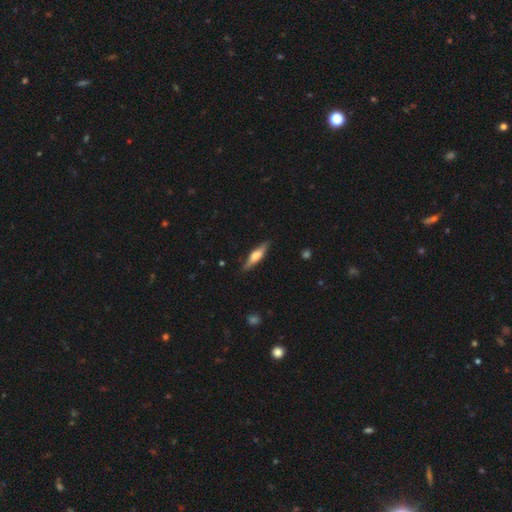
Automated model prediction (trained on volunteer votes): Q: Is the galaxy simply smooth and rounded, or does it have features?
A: featured or disk — 47%, tied with smooth.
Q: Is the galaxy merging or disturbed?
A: none — 86%.